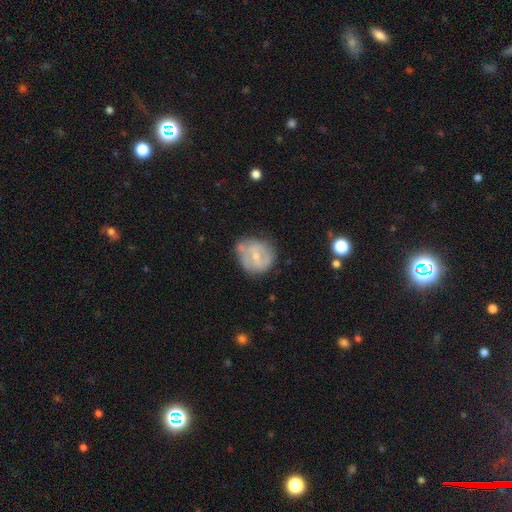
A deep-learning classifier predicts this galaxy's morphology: Q: Smooth or featured?
A: featured or disk (53%); runner-up: smooth (39%)
Q: Edge-on disk?
A: no (97%); runner-up: yes (3%)
Q: Bar?
A: weak (48%); runner-up: no (37%)
Q: Spiral arms?
A: no (50%); tied with: yes (50%)
Q: Bulge size?
A: small (59%); runner-up: moderate (34%)
Q: Merging?
A: none (56%); runner-up: minor disturbance (29%)